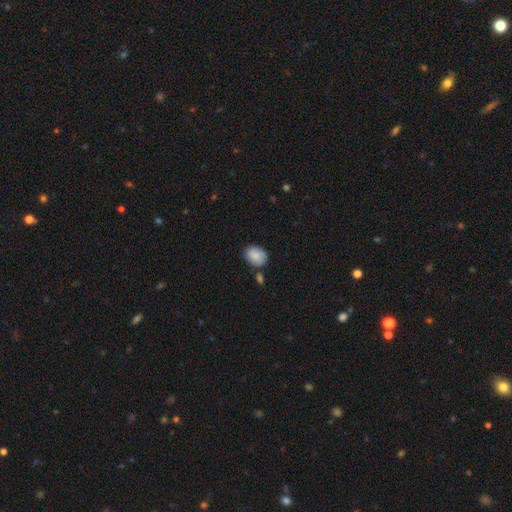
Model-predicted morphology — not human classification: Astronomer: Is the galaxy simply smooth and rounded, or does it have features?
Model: smooth — 87%.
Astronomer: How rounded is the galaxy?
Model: in between — 63%.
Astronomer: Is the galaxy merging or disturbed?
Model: none — 75%.